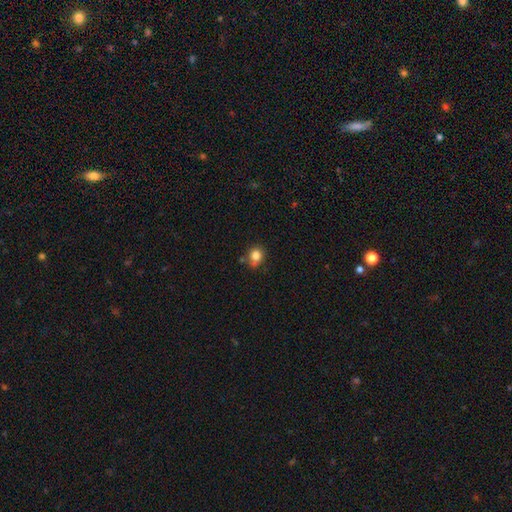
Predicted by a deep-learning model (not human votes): Smooth or featured?
  - smooth: 83% *
  - star or artifact: 11%
  - featured or disk: 6%
How rounded?
  - round: 65% *
  - in between: 34%
  - cigar-shaped: 1%
Merging?
  - none: 67% *
  - minor disturbance: 21%
  - merger: 7%
  - major disturbance: 5%